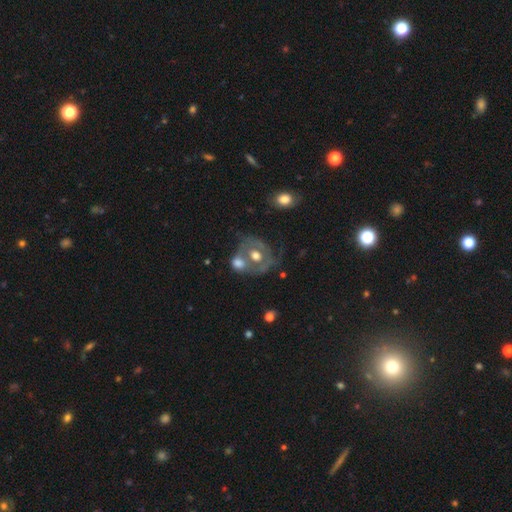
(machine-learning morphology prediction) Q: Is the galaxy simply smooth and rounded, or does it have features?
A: featured or disk — 57%.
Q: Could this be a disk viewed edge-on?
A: no — 96%.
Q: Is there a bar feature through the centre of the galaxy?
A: no — 82%.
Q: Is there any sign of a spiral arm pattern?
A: no — 62%.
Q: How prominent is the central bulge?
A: moderate — 65%.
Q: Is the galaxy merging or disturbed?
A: merger — 37%.